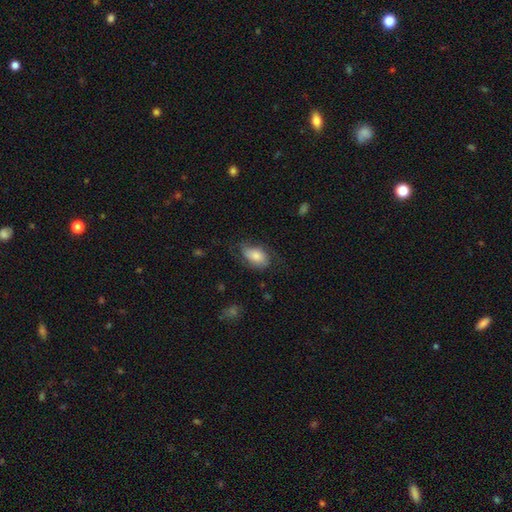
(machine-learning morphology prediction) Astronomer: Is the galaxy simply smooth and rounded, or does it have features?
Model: smooth — 67%.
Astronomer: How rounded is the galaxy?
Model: in between — 91%.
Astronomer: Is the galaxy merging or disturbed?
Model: none — 54%.